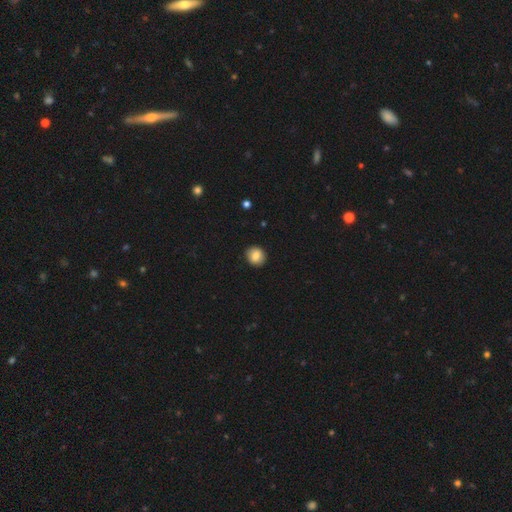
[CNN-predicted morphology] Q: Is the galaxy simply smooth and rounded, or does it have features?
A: smooth — 84%.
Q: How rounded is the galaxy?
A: round — 83%.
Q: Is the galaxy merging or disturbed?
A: none — 90%.